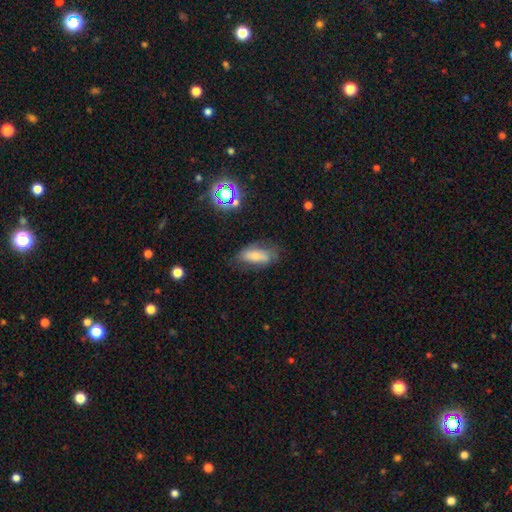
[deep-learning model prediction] The model was most divided on "smooth or featured": smooth: 57%, featured or disk: 32%, star or artifact: 11%. More confident: how rounded — in between (80%); merging — none (59%).